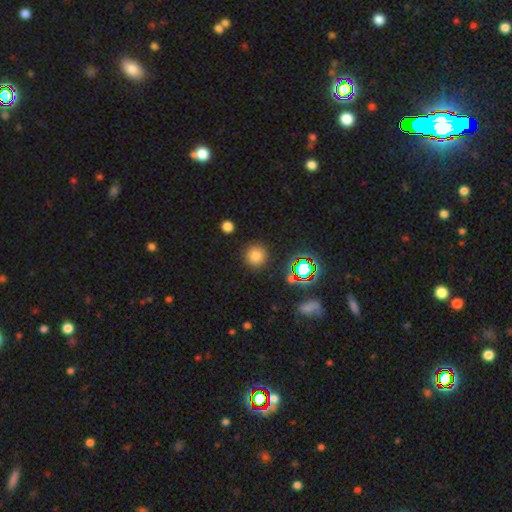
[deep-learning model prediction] A smooth galaxy with no disk features (74%) that is round (93%).

Vote fractions:
- Smooth or featured? smooth: 74% / star or artifact: 20% / featured or disk: 7%
- How rounded? round: 93% / in between: 6% / cigar-shaped: 1%
- Merging? none: 88% / minor disturbance: 7% / major disturbance: 3% / merger: 2%